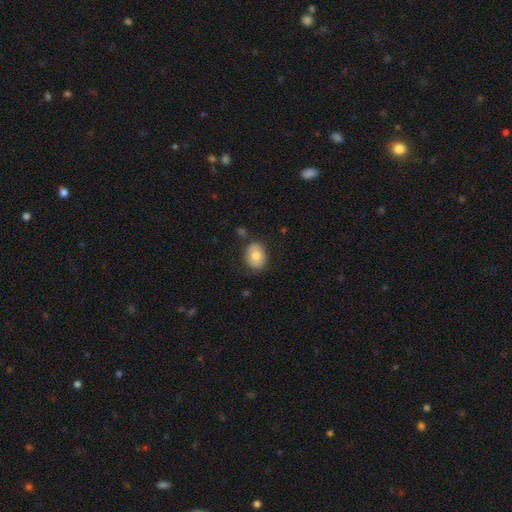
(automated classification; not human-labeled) The model was most divided on "how rounded": round: 51%, in between: 48%, cigar-shaped: 1%. More confident: merging — none (75%); smooth or featured — smooth (74%).